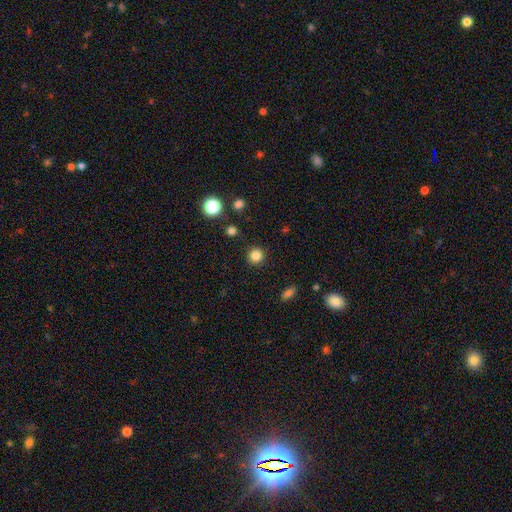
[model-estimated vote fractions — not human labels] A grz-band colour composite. It shows a smooth galaxy with no disk features (84%) that is round (94%). Merging: none (90%).